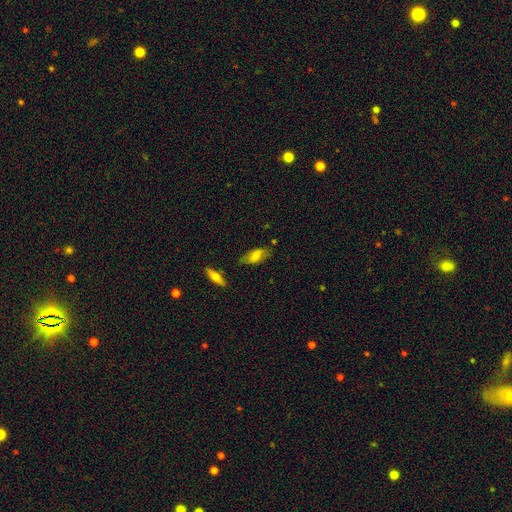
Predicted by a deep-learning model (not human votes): smooth 66%, featured or disk 26%, star or artifact 8%. Down the decision tree: how rounded — in between (78%); merging — none (73%).